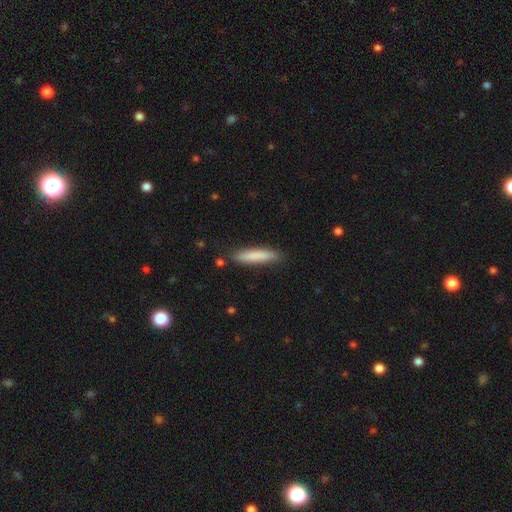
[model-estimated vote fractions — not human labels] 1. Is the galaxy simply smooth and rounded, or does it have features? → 82% smooth, 12% featured or disk, 6% star or artifact.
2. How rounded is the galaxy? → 88% cigar-shaped, 11% in between, 1% round.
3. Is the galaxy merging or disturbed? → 84% none, 11% minor disturbance, 2% merger, 2% major disturbance.